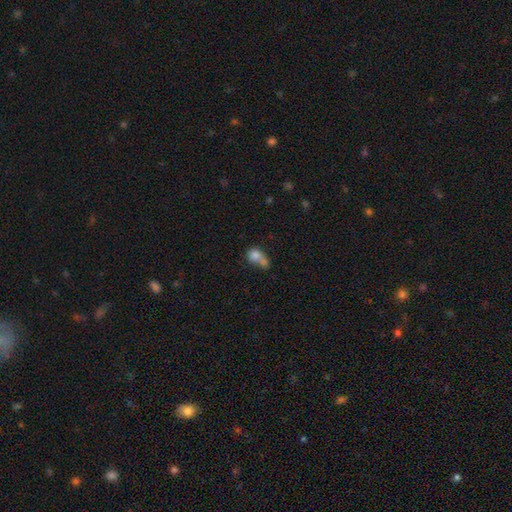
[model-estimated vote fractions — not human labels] Morphology: type=smooth (77%); roundness=round (56%); merging=merger (56%).